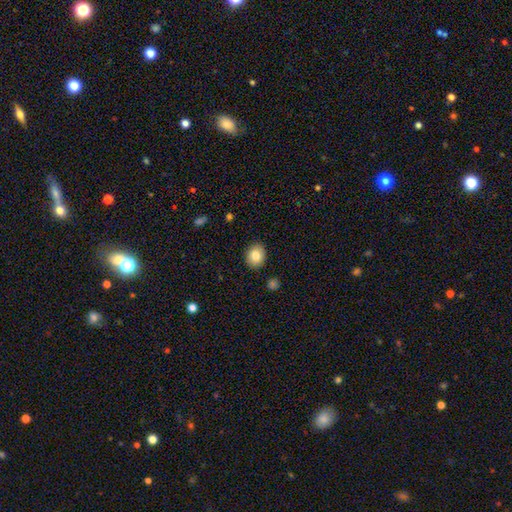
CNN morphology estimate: Overall: smooth (81%). How rounded: round (56%; in between 43%). Merging: none (90%).